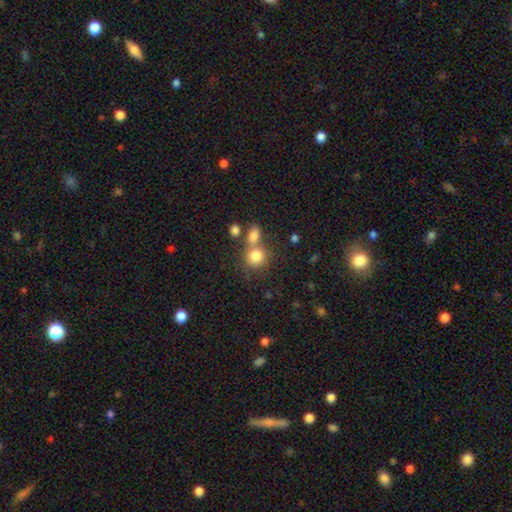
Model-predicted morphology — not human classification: smooth 81%, star or artifact 11%, featured or disk 9%. Down the decision tree: how rounded — round (79%); merging — none (49%).